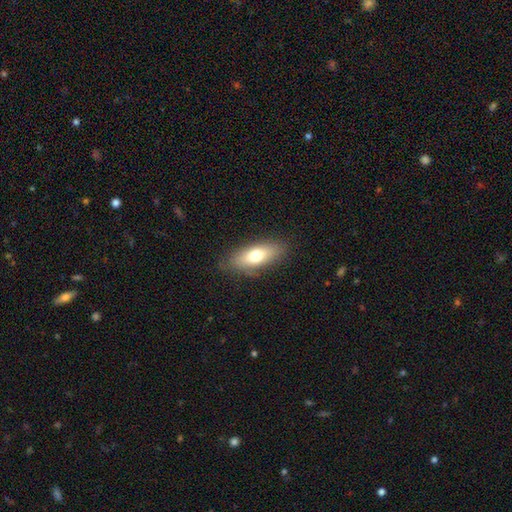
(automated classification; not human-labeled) The model was most divided on "smooth or featured": smooth: 69%, featured or disk: 23%, star or artifact: 8%. More confident: merging — none (82%); how rounded — in between (74%).